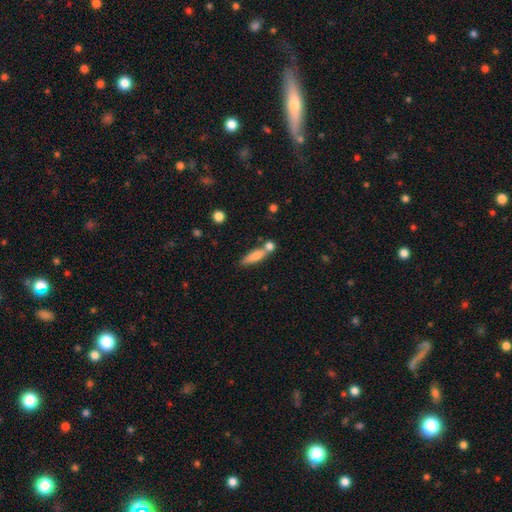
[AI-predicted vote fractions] Overall: smooth (74%). How rounded: cigar-shaped (63%; in between 34%). Merging: none (54%; merger 28%).